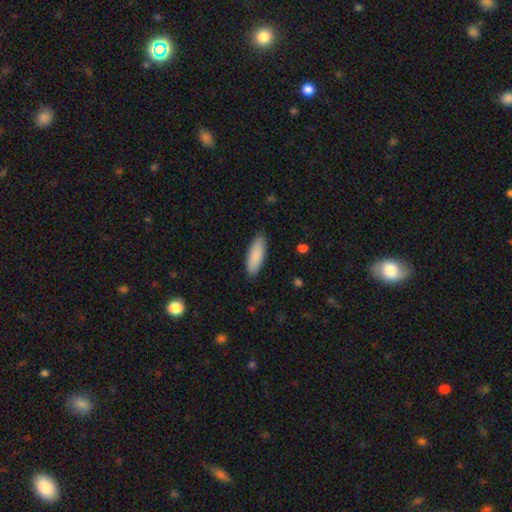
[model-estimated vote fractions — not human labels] smooth 89%, star or artifact 6%, featured or disk 6%. Down the decision tree: how rounded — in between (57%); merging — none (88%).